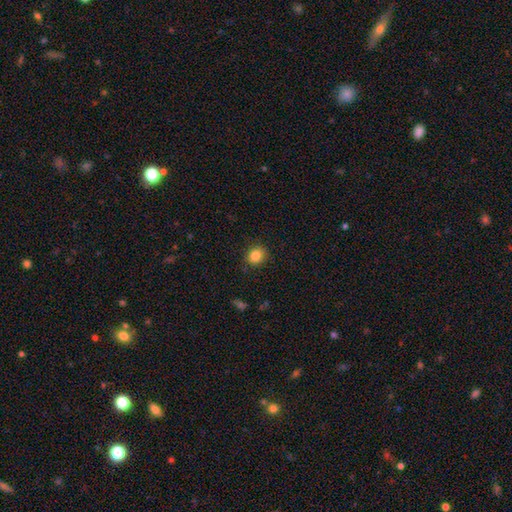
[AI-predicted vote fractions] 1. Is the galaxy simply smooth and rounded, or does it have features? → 84% smooth, 11% star or artifact, 5% featured or disk.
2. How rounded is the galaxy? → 75% round, 24% in between, 1% cigar-shaped.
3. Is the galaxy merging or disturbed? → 87% none, 9% minor disturbance, 2% major disturbance, 1% merger.